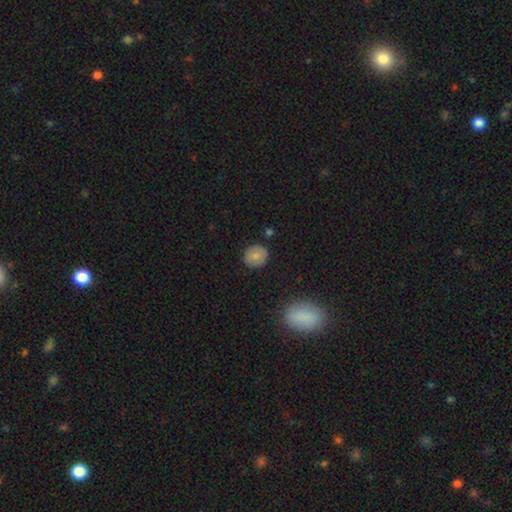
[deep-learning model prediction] smooth 79%, featured or disk 13%, star or artifact 9%. Down the decision tree: how rounded — round (86%); merging — none (87%).